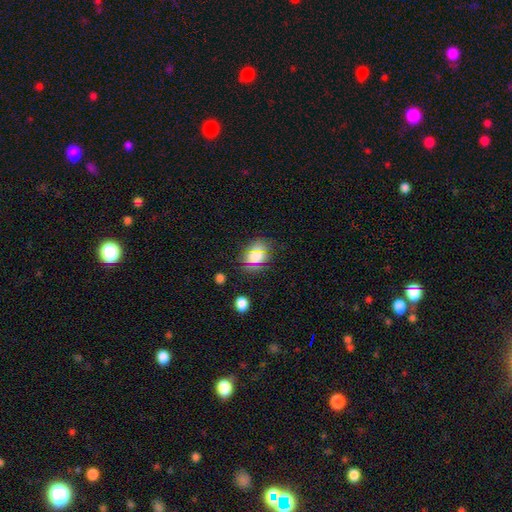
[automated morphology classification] type=smooth (65%); roundness=round (58%); merging=none (83%).